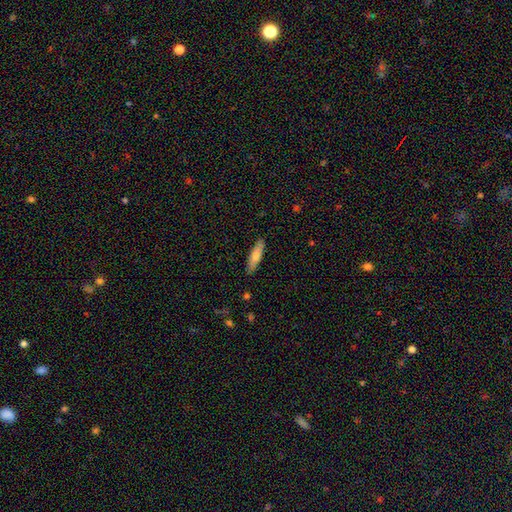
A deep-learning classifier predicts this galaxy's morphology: This is likely a smooth galaxy (73%). How rounded: likely cigar-shaped (71%). Merging: clearly none (89%).